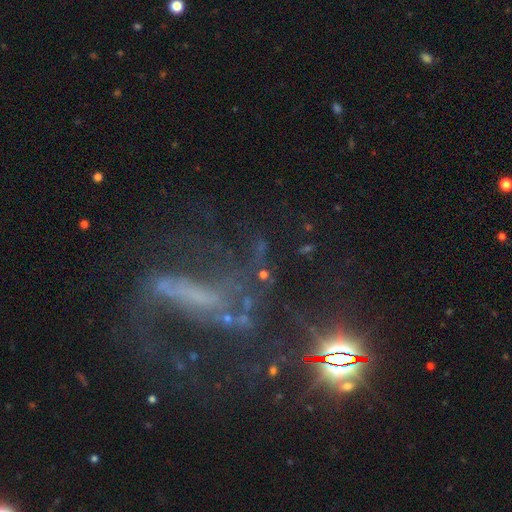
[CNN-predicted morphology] type=featured or disk (57%); edge-on=no (85%); merging=none (43%).